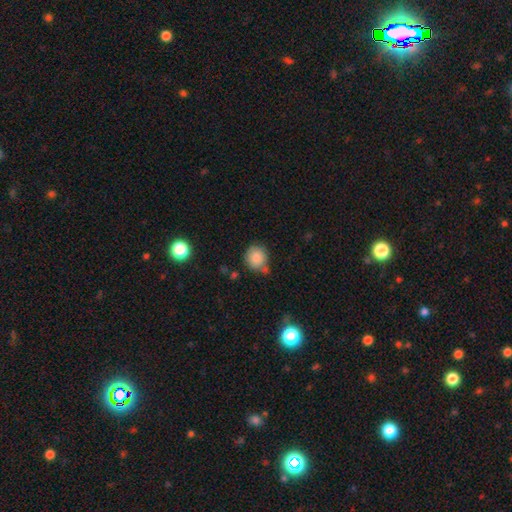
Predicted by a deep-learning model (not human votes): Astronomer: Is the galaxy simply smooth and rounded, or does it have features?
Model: smooth — 85%.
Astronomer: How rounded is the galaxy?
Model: round — 85%.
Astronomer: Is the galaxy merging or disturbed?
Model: none — 62%.